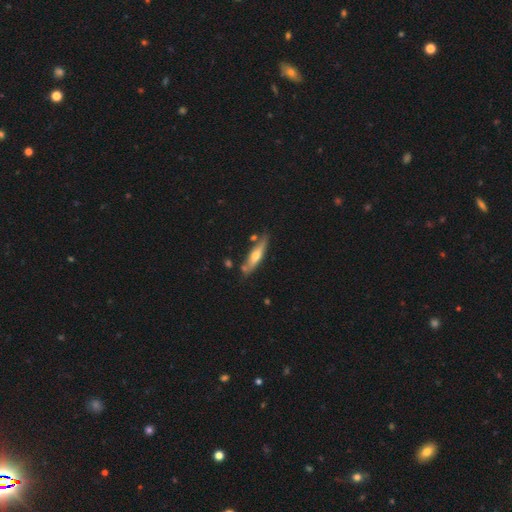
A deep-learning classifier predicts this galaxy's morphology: This appears to be a featured or disk galaxy (52%) viewed edge-on (86%). Merging: none (75%).